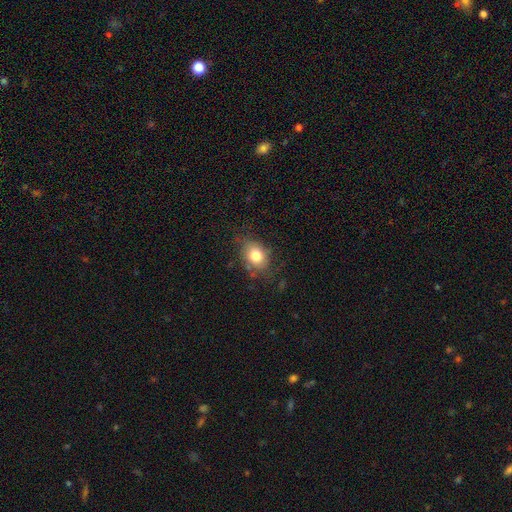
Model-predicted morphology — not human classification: smooth-or-featured: smooth: 78% | featured or disk: 12% | star or artifact: 10%
  how-rounded: in between: 61% | round: 38% | cigar-shaped: 1%
  merging: none: 71% | minor disturbance: 21% | major disturbance: 7% | merger: 2%